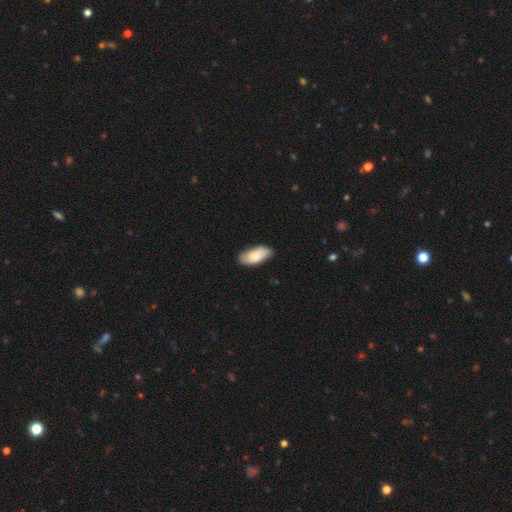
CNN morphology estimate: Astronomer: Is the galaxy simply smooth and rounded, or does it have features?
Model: smooth — 77%.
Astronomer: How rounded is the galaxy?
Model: in between — 92%.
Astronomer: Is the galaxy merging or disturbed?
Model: none — 80%.